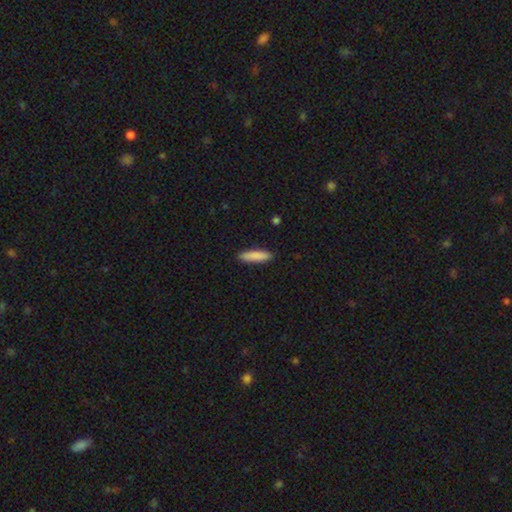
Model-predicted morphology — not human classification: Smooth or featured? Predicted: smooth (p=0.87). How rounded? Predicted: cigar-shaped (p=0.76). Merging? Predicted: none (p=0.90).